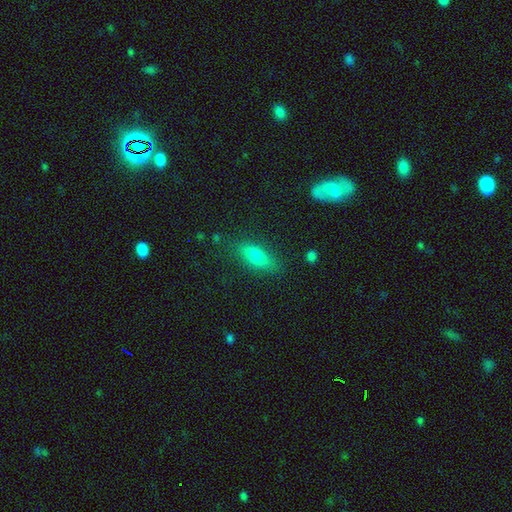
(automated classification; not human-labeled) Overall: smooth (74%). How rounded: in between (64%; cigar-shaped 32%). Merging: none (81%).